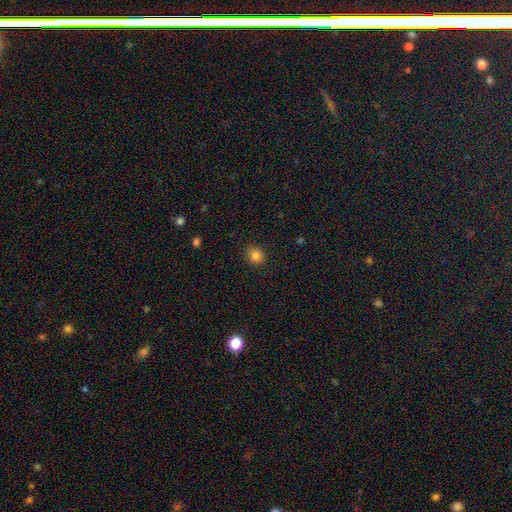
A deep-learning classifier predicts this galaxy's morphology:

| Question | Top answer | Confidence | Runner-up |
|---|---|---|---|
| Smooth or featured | smooth | 82% | star or artifact (13%) |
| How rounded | round | 86% | in between (13%) |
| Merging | none | 89% | minor disturbance (8%) |